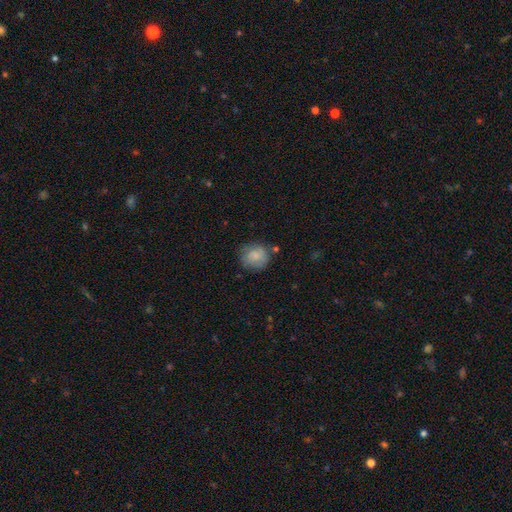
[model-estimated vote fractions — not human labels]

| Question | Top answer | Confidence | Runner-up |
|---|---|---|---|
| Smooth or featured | smooth | 80% | featured or disk (12%) |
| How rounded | round | 83% | in between (16%) |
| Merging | none | 69% | minor disturbance (20%) |